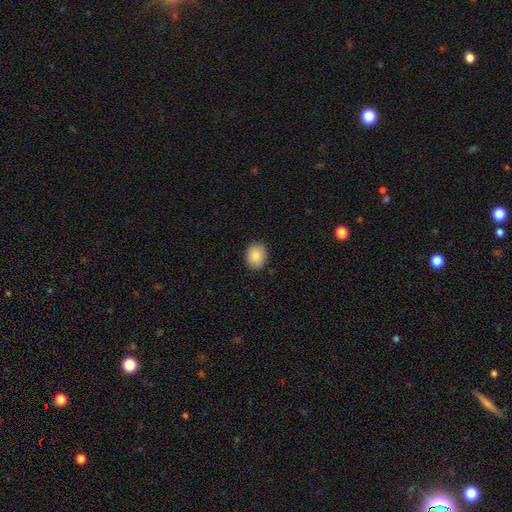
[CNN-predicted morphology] Overall: smooth (86%). How rounded: round (54%; in between 45%). Merging: none (88%).